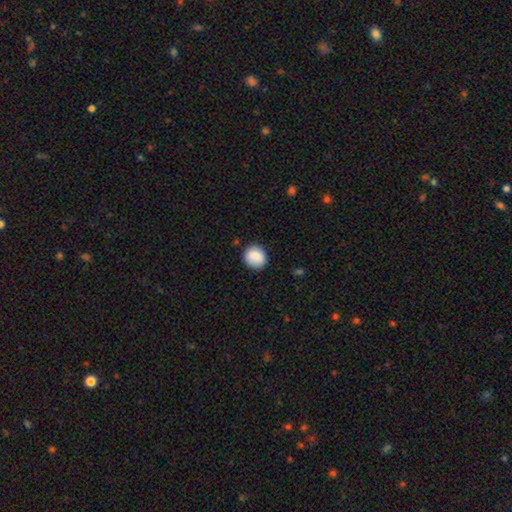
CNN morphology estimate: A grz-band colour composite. It shows a smooth galaxy with no disk features (86%) that is round (84%). Merging: none (86%).